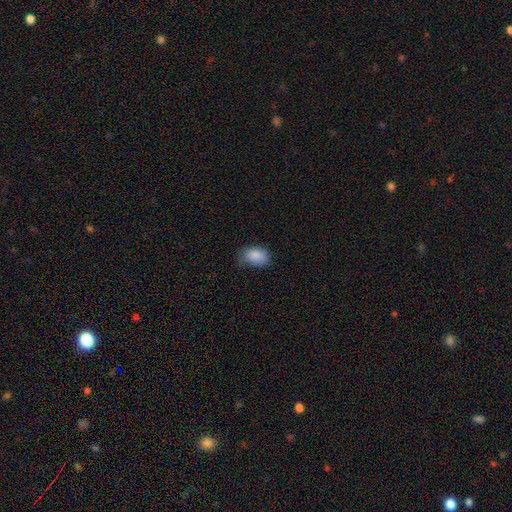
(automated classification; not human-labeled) This appears to be a smooth galaxy with no disk features (87%) that is in between round and cigar-shaped (83%). Merging: none (58%).